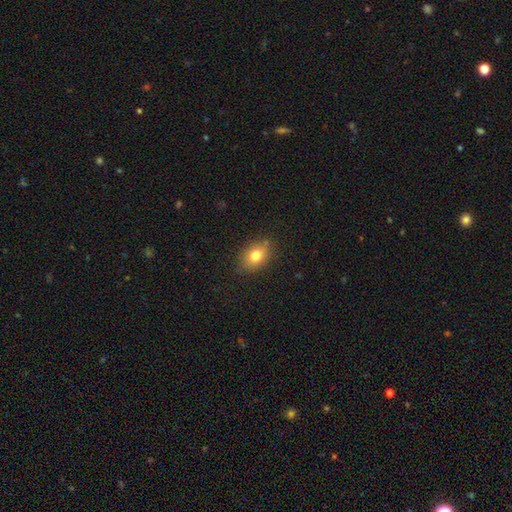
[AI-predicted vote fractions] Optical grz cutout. It shows a smooth galaxy with no disk features (78%) that is in between round and cigar-shaped (72%). Merging: none (81%).